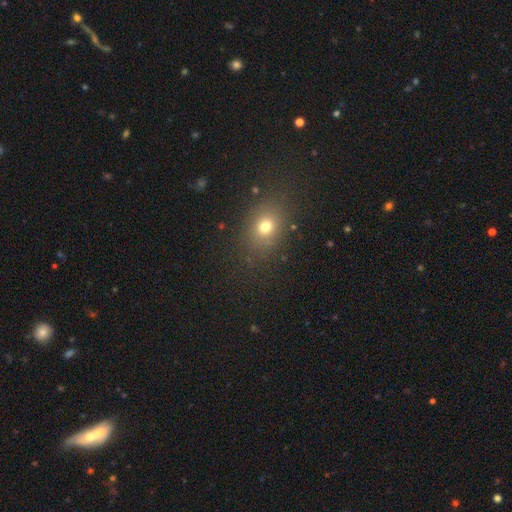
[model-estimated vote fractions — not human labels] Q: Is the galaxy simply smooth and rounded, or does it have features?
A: smooth — 61%.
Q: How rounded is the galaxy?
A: in between — 52%.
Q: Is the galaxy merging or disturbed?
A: none — 88%.